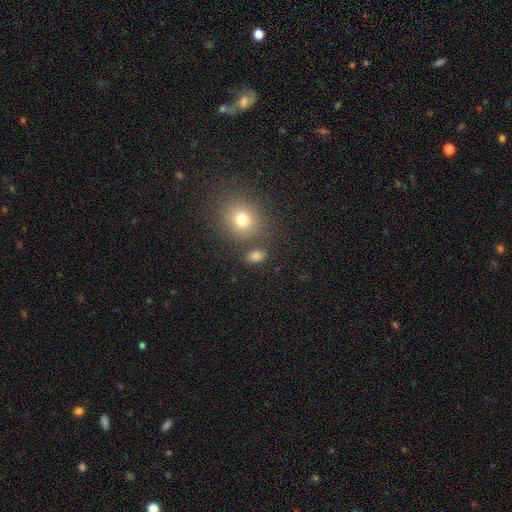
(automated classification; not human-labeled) This appears to be a smooth galaxy with no disk features (78%) that is in between round and cigar-shaped (68%). Merging: none (75%).